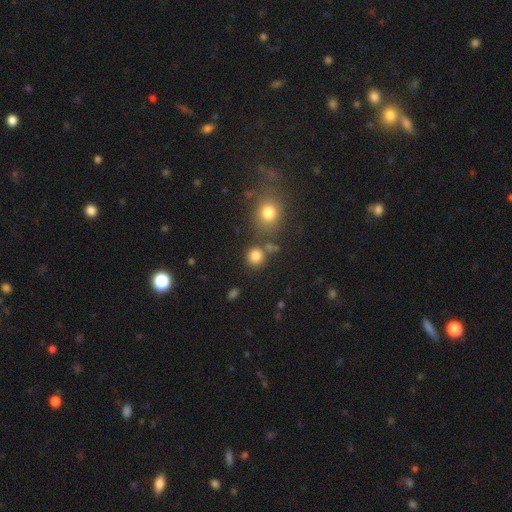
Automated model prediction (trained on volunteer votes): Overall: smooth (82%). How rounded: round (90%). Merging: none (76%).